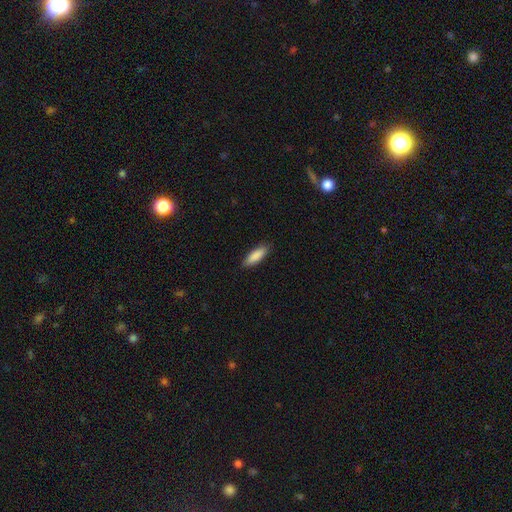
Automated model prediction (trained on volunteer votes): Smooth or featured? smooth (88%)
How rounded? in between (51%)
Merging? none (87%)